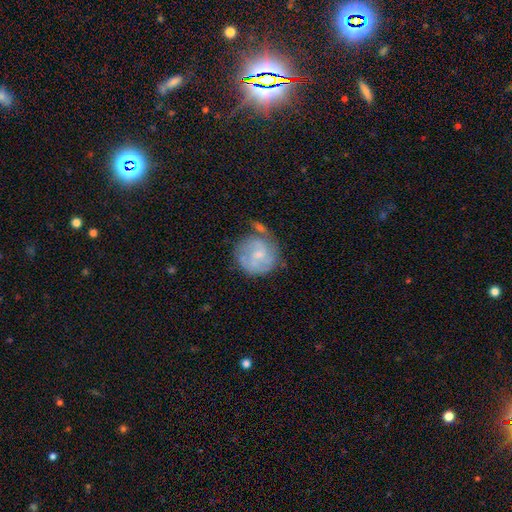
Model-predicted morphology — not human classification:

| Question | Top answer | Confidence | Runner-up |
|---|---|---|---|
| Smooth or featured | featured or disk | 65% | smooth (28%) |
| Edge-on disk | no | 98% | yes (2%) |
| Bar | no | 53% | weak (41%) |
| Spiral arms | yes | 80% | no (20%) |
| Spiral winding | tight | 47% | medium (38%) |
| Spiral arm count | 2 | 41% | can't tell (34%) |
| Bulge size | small | 60% | moderate (29%) |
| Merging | none | 52% | minor disturbance (23%) |